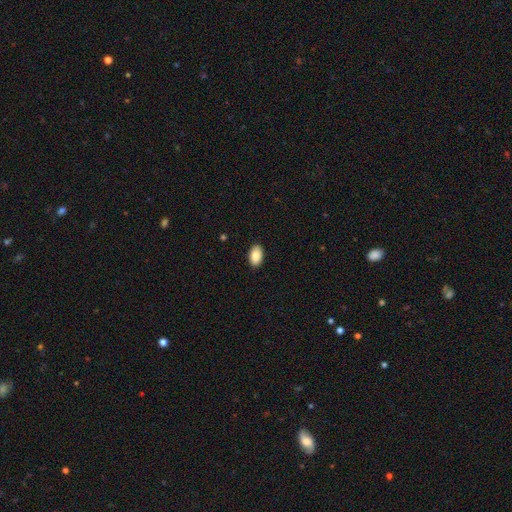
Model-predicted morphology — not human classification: A smooth galaxy with no disk features (86%) that is in between round and cigar-shaped (93%).

Vote fractions:
- Smooth or featured? smooth: 86% / featured or disk: 7% / star or artifact: 7%
- How rounded? in between: 93% / round: 5% / cigar-shaped: 1%
- Merging? none: 91% / minor disturbance: 7% / major disturbance: 2% / merger: 1%